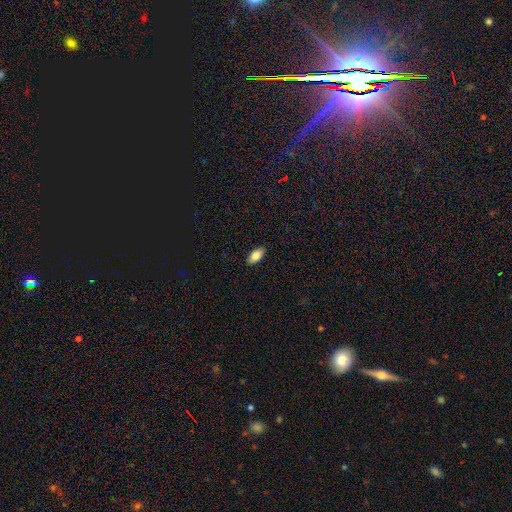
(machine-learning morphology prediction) smooth-or-featured: smooth: 83% | featured or disk: 10% | star or artifact: 7%
  how-rounded: in between: 90% | cigar-shaped: 7% | round: 3%
  merging: none: 90% | minor disturbance: 8% | major disturbance: 2% | merger: 1%